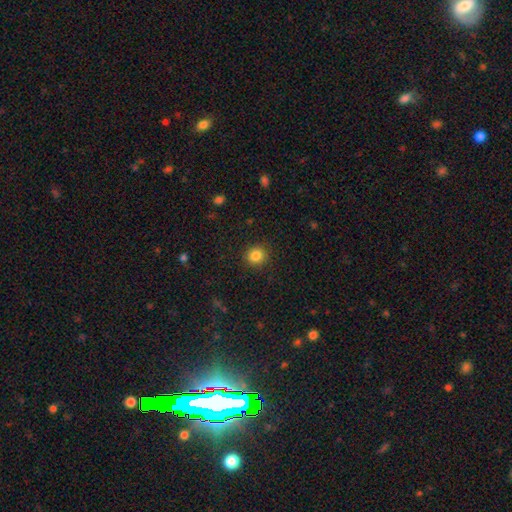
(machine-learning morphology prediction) Smooth or featured? smooth (84%)
How rounded? round (83%)
Merging? none (90%)